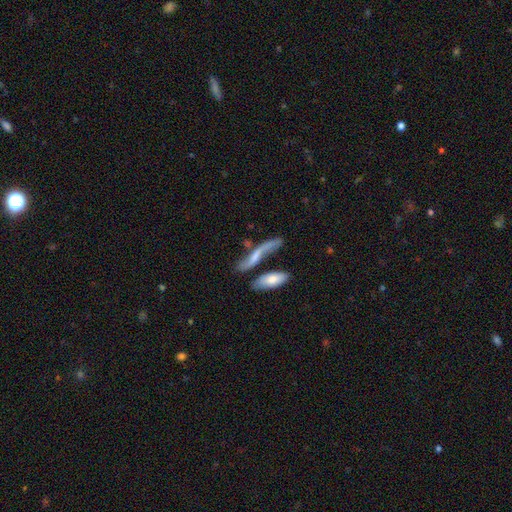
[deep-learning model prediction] smooth-or-featured: featured or disk: 47% | smooth: 44% | star or artifact: 9%
  merging: none: 42% | merger: 34% | minor disturbance: 14% | major disturbance: 9%